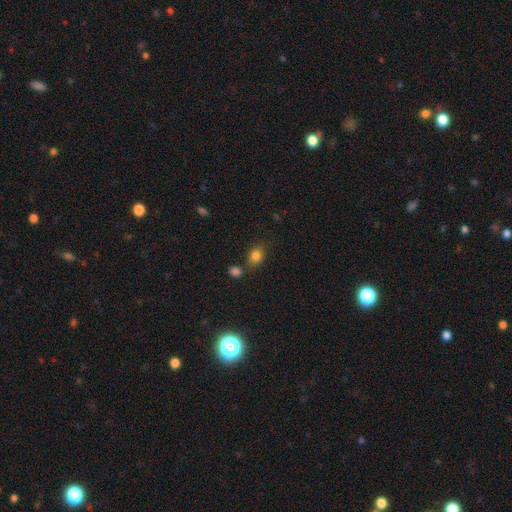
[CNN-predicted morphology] Q: Smooth or featured?
A: smooth (82%); runner-up: star or artifact (12%)
Q: How rounded?
A: in between (58%); runner-up: round (40%)
Q: Merging?
A: none (67%); runner-up: merger (14%)